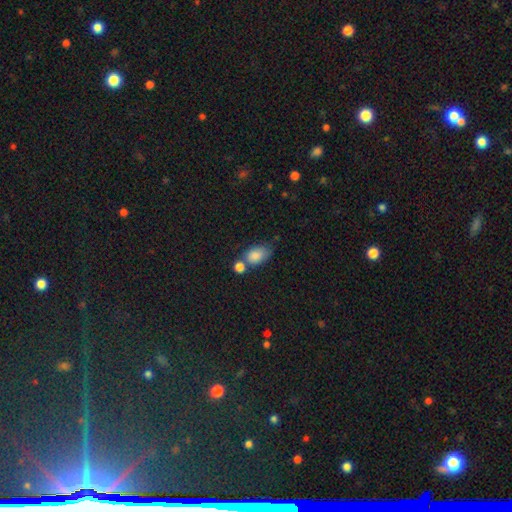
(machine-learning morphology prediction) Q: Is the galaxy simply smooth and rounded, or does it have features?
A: smooth — 84%.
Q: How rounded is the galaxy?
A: in between — 86%.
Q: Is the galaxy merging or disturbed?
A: none — 41%.